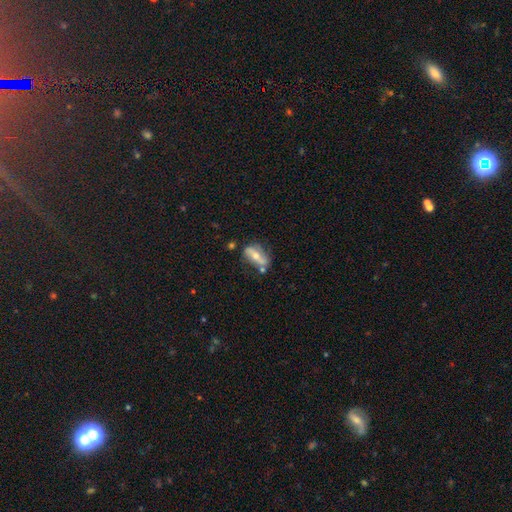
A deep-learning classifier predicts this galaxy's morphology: A featured or disk galaxy (59%). Merging: none (60%).